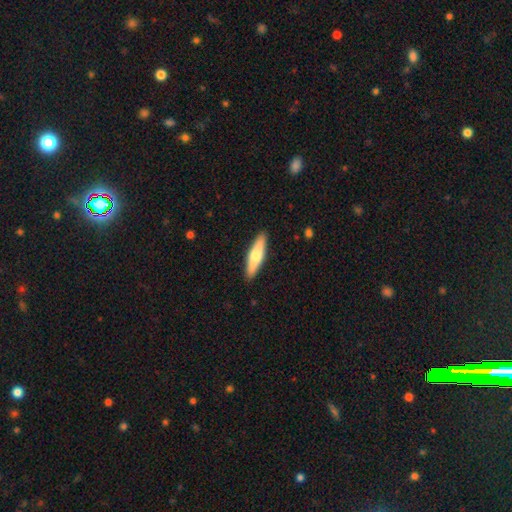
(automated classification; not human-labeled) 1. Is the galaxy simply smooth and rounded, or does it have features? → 60% smooth, 35% featured or disk, 5% star or artifact.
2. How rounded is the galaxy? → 73% cigar-shaped, 26% in between, 2% round.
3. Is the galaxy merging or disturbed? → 90% none, 7% minor disturbance, 2% major disturbance, 1% merger.